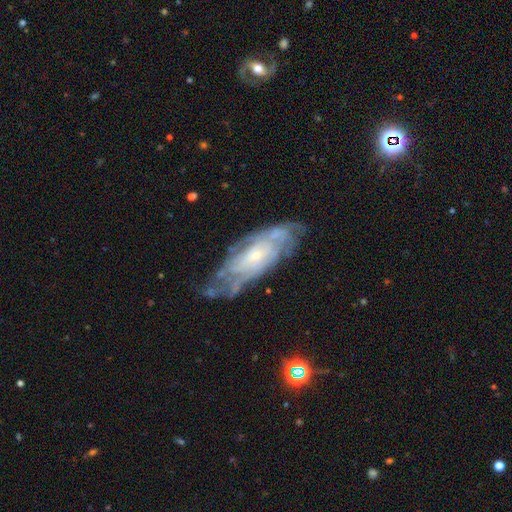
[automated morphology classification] smooth_or_featured: featured or disk (p=0.79) [alt: smooth p=0.14]
disk_edge_on: no (p=0.87) [alt: yes p=0.13]
bar: no (p=0.73) [alt: weak p=0.21]
has_spiral_arms: yes (p=0.86) [alt: no p=0.14]
spiral_winding: tight (p=0.66) [alt: medium p=0.26]
spiral_arm_count: can't tell (p=0.57) [alt: 2 p=0.12]
bulge_size: small (p=0.78) [alt: moderate p=0.17]
merging: none (p=0.64) [alt: minor disturbance p=0.23]